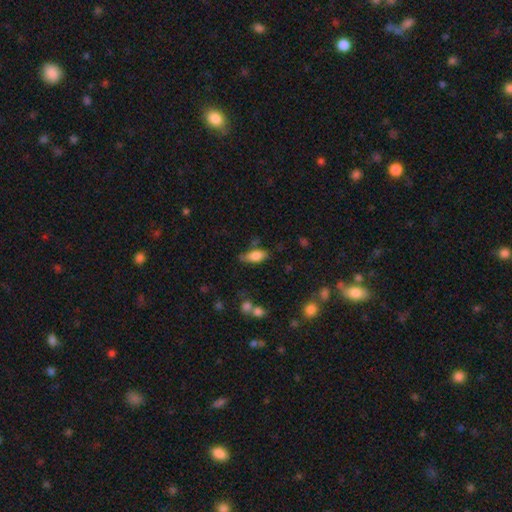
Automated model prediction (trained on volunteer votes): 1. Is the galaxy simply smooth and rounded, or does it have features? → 79% smooth, 14% featured or disk, 7% star or artifact.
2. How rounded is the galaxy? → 82% in between, 15% cigar-shaped, 3% round.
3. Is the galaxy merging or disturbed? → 60% none, 27% minor disturbance, 8% major disturbance, 5% merger.